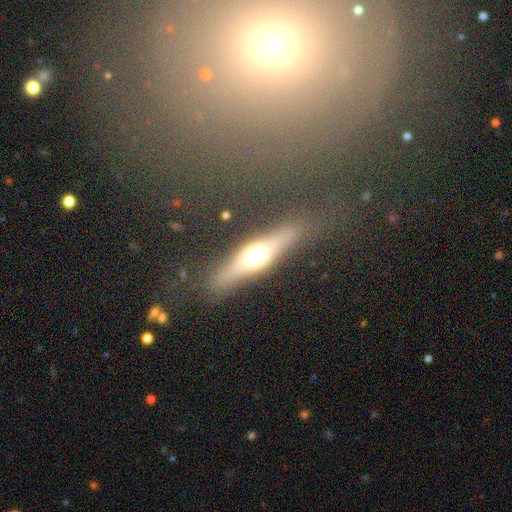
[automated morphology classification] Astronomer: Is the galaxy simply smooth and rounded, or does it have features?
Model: featured or disk — 56% (runner-up: smooth, 36%).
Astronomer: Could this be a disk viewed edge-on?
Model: yes — 89%.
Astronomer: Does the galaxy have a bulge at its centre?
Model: rounded — 92%.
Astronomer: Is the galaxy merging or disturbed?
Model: none — 81%.